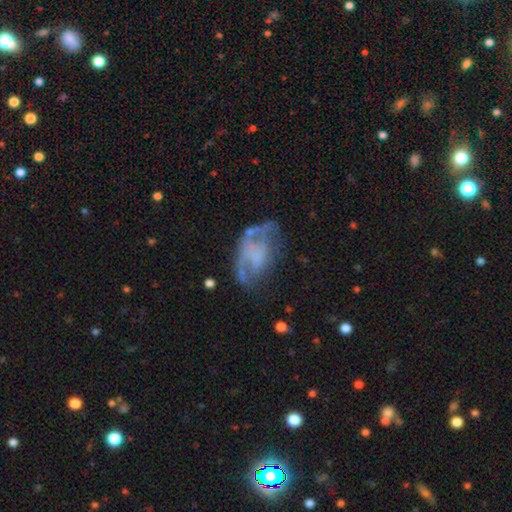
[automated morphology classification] This is likely a featured or disk galaxy (61%). It is clearly not viewed edge-on (96%). Bar: clearly no (81%). Spiral arm pattern: possibly no (57%). Central bulge: likely none (71%). Merging: marginally none (36%).